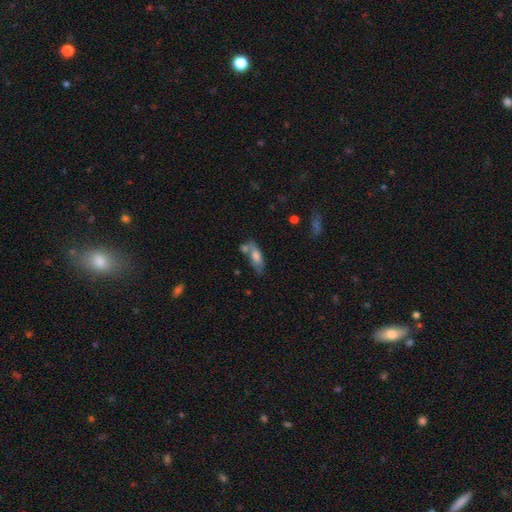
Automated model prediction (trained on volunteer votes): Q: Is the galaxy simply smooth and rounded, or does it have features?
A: smooth — 70%.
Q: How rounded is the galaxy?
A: in between — 65%.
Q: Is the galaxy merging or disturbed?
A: none — 45%.